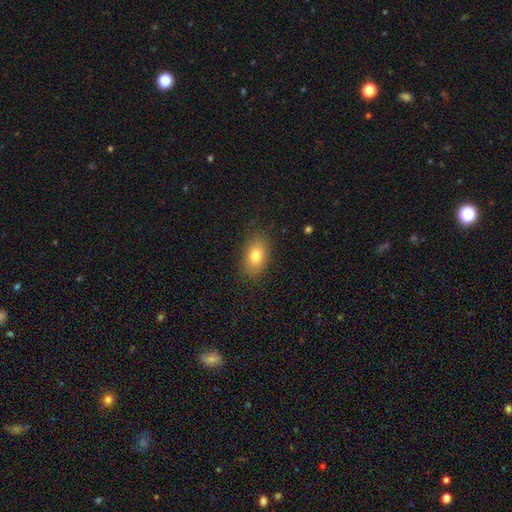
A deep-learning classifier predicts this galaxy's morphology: Q: Smooth or featured?
A: smooth (79%); runner-up: featured or disk (12%)
Q: How rounded?
A: in between (86%); runner-up: round (12%)
Q: Merging?
A: none (85%); runner-up: minor disturbance (11%)